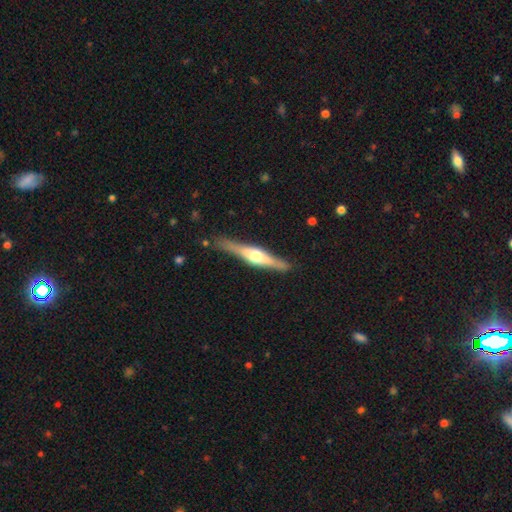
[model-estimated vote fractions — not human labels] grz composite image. It shows a featured or disk galaxy (73%) viewed edge-on (97%) with a rounded central bulge (89%). Merging: none (85%).